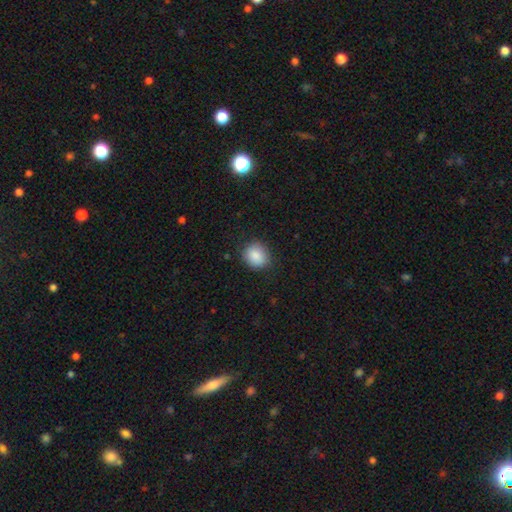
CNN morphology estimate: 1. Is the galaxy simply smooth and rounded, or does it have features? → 88% smooth, 8% star or artifact, 4% featured or disk.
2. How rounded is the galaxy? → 68% round, 31% in between, 1% cigar-shaped.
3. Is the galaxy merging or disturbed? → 84% none, 12% minor disturbance, 3% major disturbance, 1% merger.